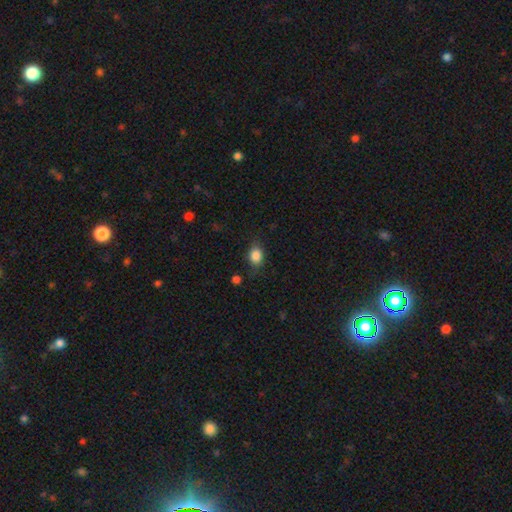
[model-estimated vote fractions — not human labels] Q: Smooth or featured?
A: smooth (85%); runner-up: star or artifact (9%)
Q: How rounded?
A: in between (61%); runner-up: round (38%)
Q: Merging?
A: none (75%); runner-up: minor disturbance (18%)